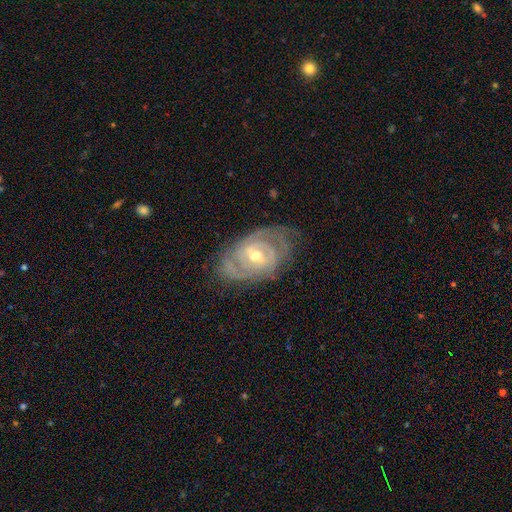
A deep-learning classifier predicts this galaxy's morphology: Q: Smooth or featured?
A: featured or disk (86%); runner-up: smooth (9%)
Q: Edge-on disk?
A: no (96%); runner-up: yes (4%)
Q: Bar?
A: weak (47%); runner-up: no (35%)
Q: Spiral arms?
A: yes (92%); runner-up: no (8%)
Q: Spiral winding?
A: tight (68%); runner-up: medium (26%)
Q: Spiral arm count?
A: 2 (38%); runner-up: can't tell (33%)
Q: Bulge size?
A: moderate (61%); runner-up: small (35%)
Q: Merging?
A: none (67%); runner-up: minor disturbance (22%)